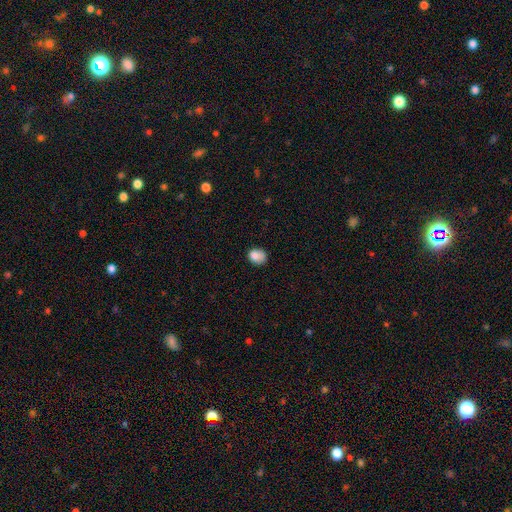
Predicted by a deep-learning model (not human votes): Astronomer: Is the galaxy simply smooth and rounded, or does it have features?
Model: smooth — 83%.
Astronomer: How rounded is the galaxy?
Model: round — 58% (runner-up: in between, 42%).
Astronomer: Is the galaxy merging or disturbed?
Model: none — 60%.